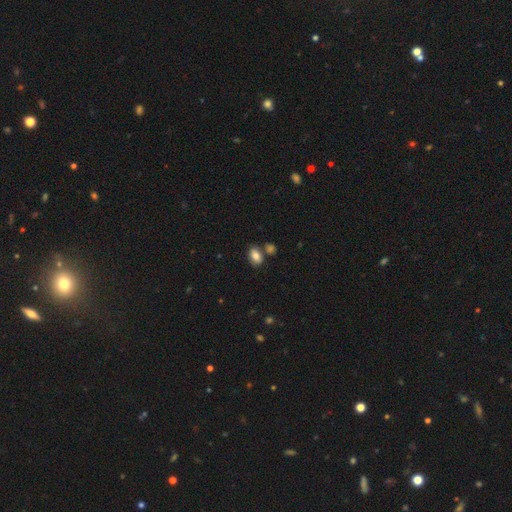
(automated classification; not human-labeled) Smooth or featured? smooth (82%)
How rounded? in between (86%)
Merging? none (69%)